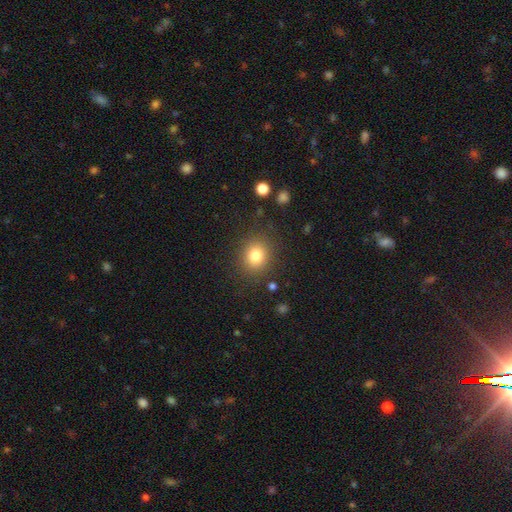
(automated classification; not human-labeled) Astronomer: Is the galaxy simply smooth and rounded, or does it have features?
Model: smooth — 80%.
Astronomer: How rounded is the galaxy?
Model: round — 74%.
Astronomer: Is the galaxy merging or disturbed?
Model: none — 86%.